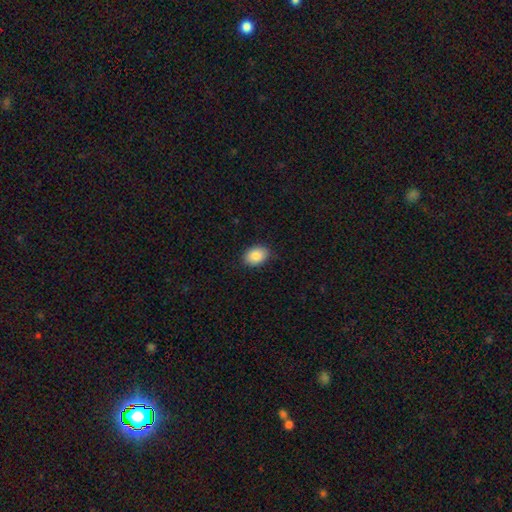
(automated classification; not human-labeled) Smooth or featured: smooth — 87% (star or artifact — 7%)
How rounded: in between — 77% (round — 22%)
Merging: none — 86% (minor disturbance — 11%)